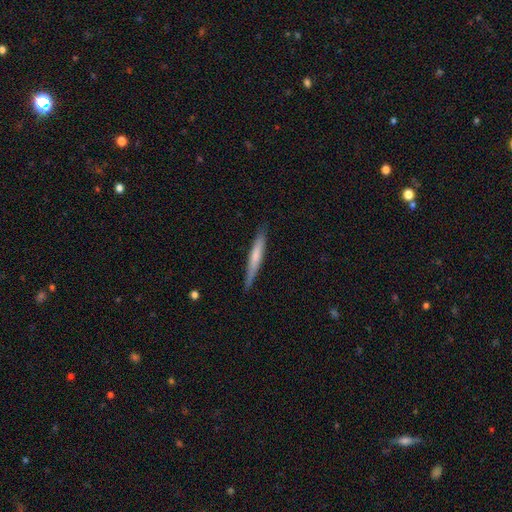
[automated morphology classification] Smooth or featured?
  - smooth: 59% *
  - featured or disk: 36%
  - star or artifact: 5%
How rounded?
  - cigar-shaped: 95% *
  - in between: 4%
  - round: 1%
Merging?
  - none: 85% *
  - minor disturbance: 12%
  - major disturbance: 2%
  - merger: 1%